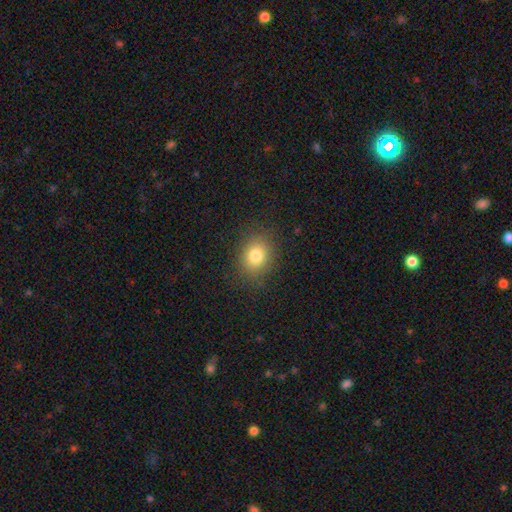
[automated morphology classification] A smooth galaxy with no disk features (81%) that is round (57%). Merging: none (86%).